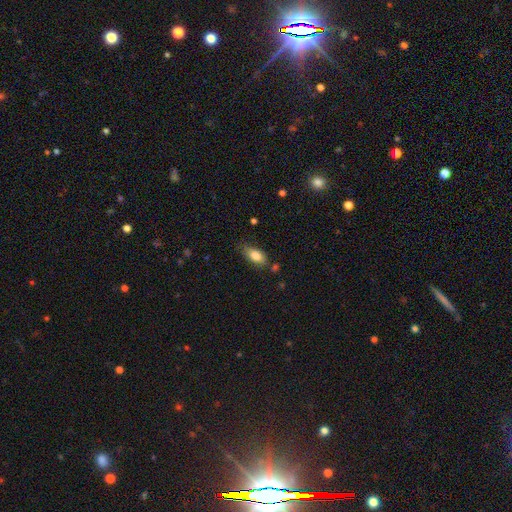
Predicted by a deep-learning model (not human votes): smooth 80%, featured or disk 13%, star or artifact 7%. Down the decision tree: how rounded — in between (87%); merging — none (67%).